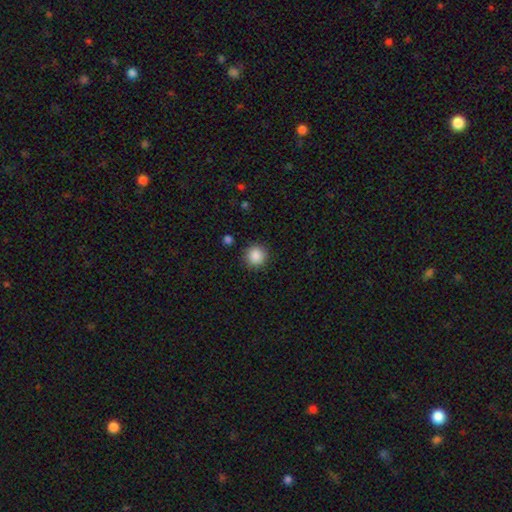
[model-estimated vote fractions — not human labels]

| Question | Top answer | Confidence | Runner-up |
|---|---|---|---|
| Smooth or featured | smooth | 88% | star or artifact (9%) |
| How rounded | round | 93% | in between (6%) |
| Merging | none | 90% | minor disturbance (7%) |